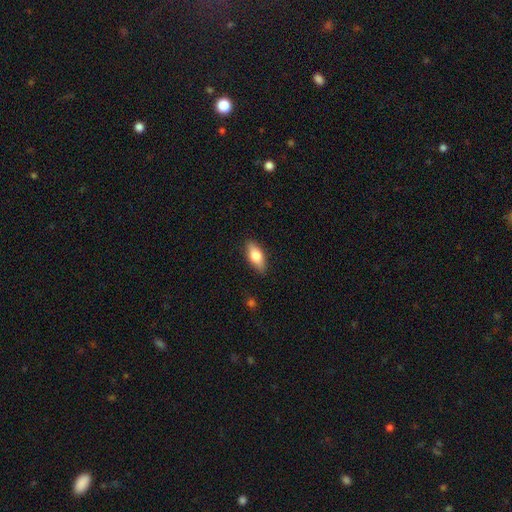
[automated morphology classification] Smooth or featured: smooth — 71% (featured or disk — 23%)
How rounded: in between — 79% (cigar-shaped — 17%)
Merging: none — 87% (minor disturbance — 10%)